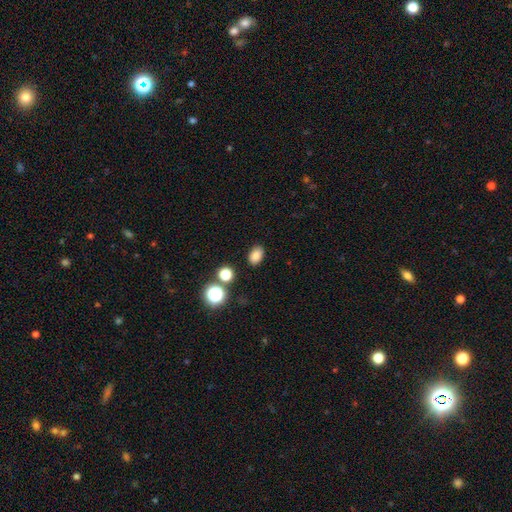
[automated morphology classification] smooth-or-featured: smooth: 83% | star or artifact: 13% | featured or disk: 5%
  how-rounded: in between: 81% | round: 18% | cigar-shaped: 1%
  merging: none: 87% | minor disturbance: 8% | merger: 3% | major disturbance: 2%